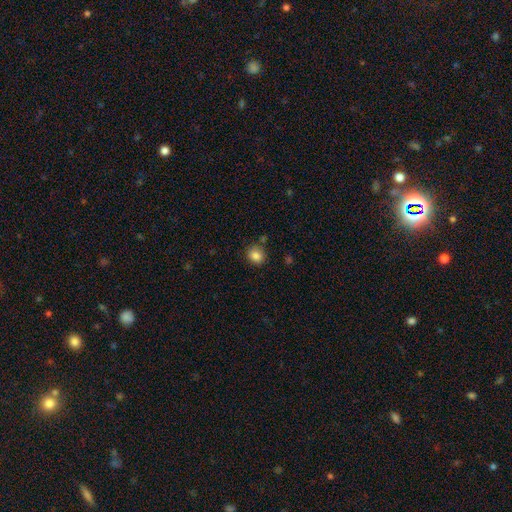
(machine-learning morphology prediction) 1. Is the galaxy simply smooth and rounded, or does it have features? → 85% smooth, 10% star or artifact, 5% featured or disk.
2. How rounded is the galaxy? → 77% round, 23% in between, 1% cigar-shaped.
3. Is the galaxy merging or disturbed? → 82% none, 11% minor disturbance, 4% merger, 3% major disturbance.